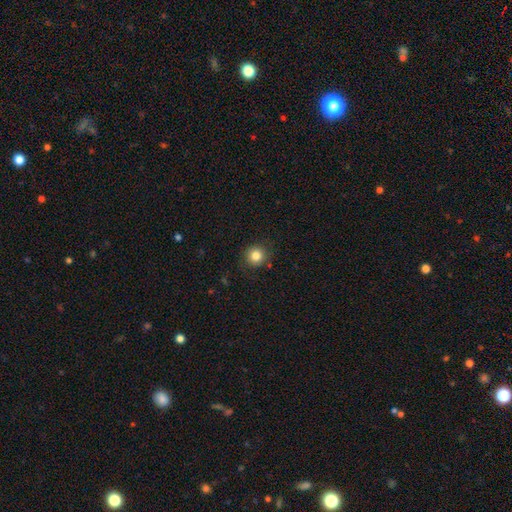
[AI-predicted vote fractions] Smooth or featured: smooth — 82% (star or artifact — 11%)
How rounded: round — 92% (in between — 7%)
Merging: none — 88% (minor disturbance — 8%)